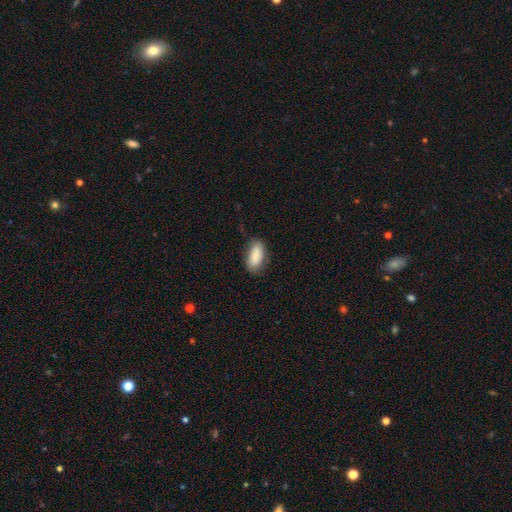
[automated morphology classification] Smooth or featured? Predicted: smooth (p=0.80). How rounded? Predicted: in between (p=0.92). Merging? Predicted: none (p=0.75).